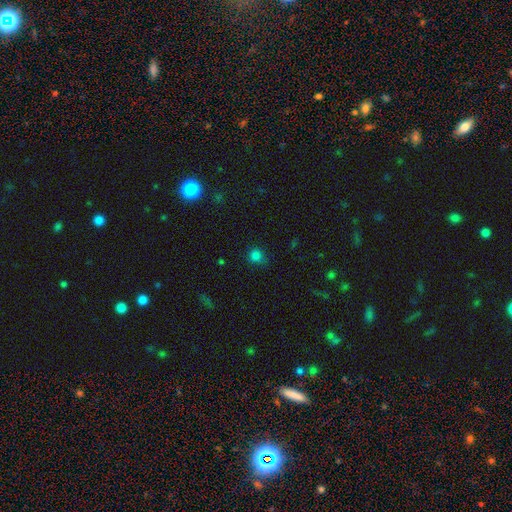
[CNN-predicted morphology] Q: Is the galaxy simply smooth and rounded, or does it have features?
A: smooth — 78%.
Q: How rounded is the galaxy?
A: round — 89%.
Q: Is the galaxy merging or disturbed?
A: none — 82%.